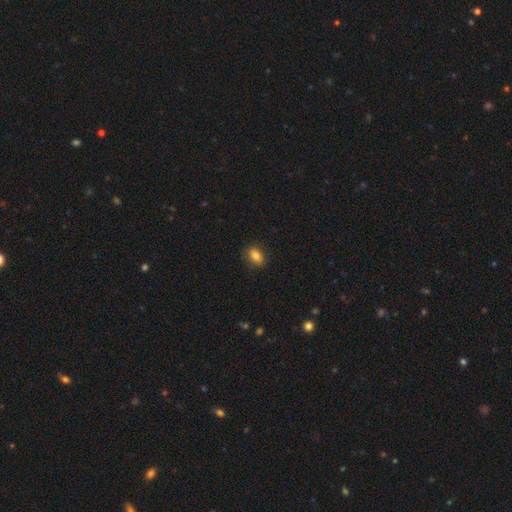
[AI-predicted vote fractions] Smooth or featured: smooth — 83% (star or artifact — 9%)
How rounded: in between — 80% (round — 18%)
Merging: none — 86% (minor disturbance — 11%)